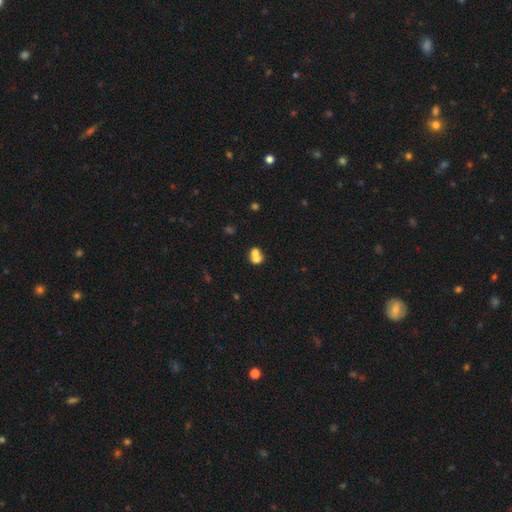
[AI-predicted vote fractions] smooth 68%, featured or disk 20%, star or artifact 12%. Down the decision tree: how rounded — round (65%); merging — merger (66%).